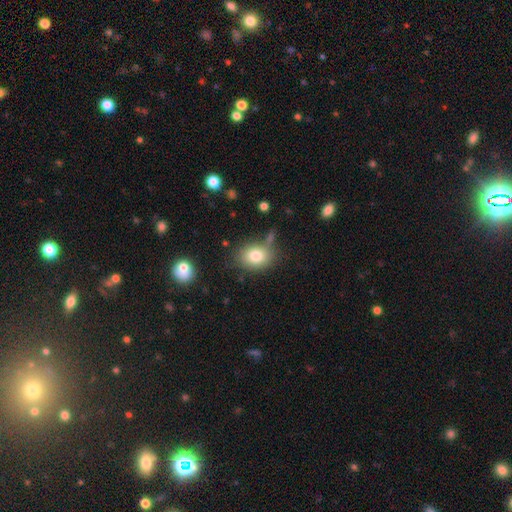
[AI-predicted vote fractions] This is clearly a smooth galaxy (81%). How rounded: likely in between (63%). Merging: likely none (71%).